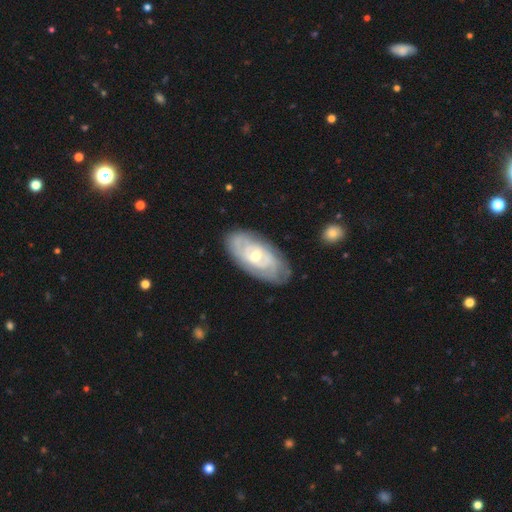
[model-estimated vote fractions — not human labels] This is clearly a featured or disk galaxy (81%). It is clearly not viewed edge-on (93%). Bar: possibly no (57%). Spiral arm pattern: clearly yes (89%). Spiral arm count: marginally can't tell (44%). Spiral winding: likely tight (74%). Central bulge: possibly moderate (56%). Merging: likely none (79%).